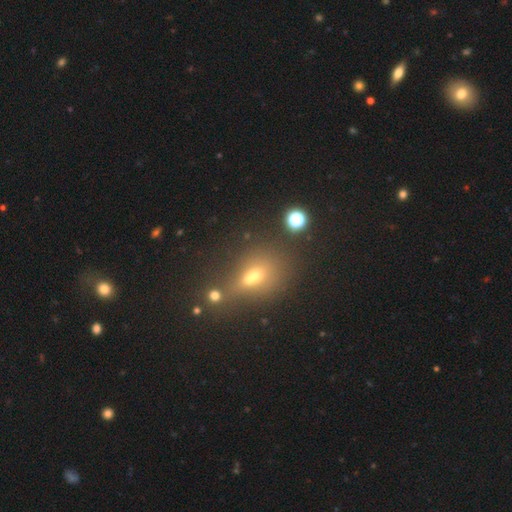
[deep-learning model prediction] A smooth galaxy with no disk features (51%) that is in between round and cigar-shaped (52%). Merging: none (65%).